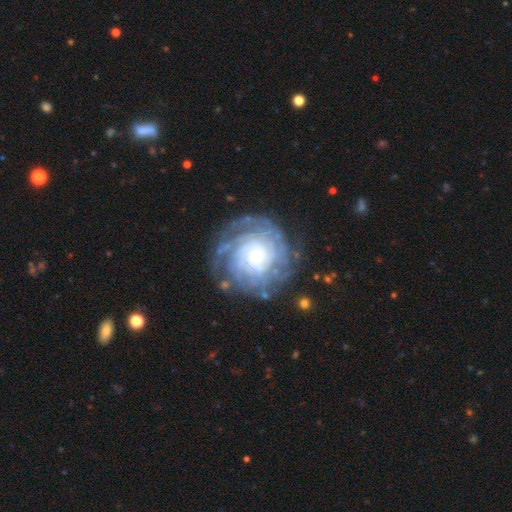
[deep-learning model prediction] Overall: featured or disk (81%). Edge-on disk: no (97%). Bar: no (78%). Spiral arms: yes (95%). Spiral arm count: can't tell (37%; more than 4 17%). Spiral winding: tight (78%). Bulge size: small (45%; moderate 28%). Merging: none (76%).